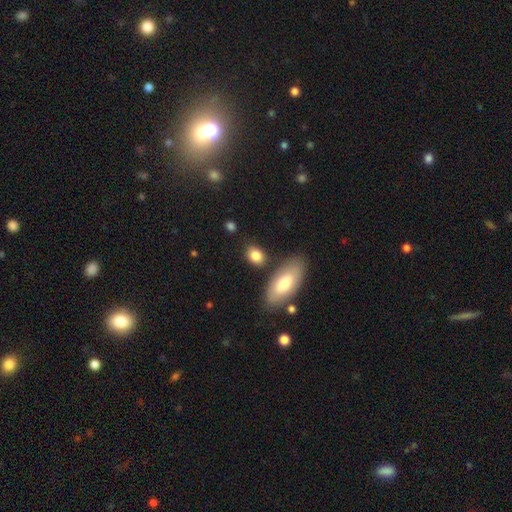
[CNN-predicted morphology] Smooth or featured: smooth — 84% (featured or disk — 8%)
How rounded: in between — 73% (round — 24%)
Merging: none — 73% (minor disturbance — 14%)